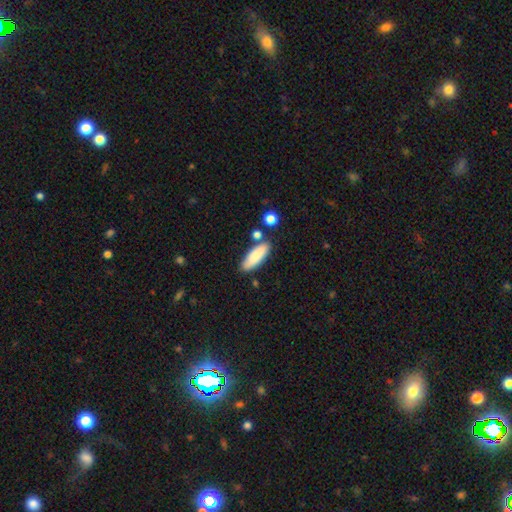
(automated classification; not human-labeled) Morphology: type=smooth (83%); roundness=in between (64%); merging=none (77%).